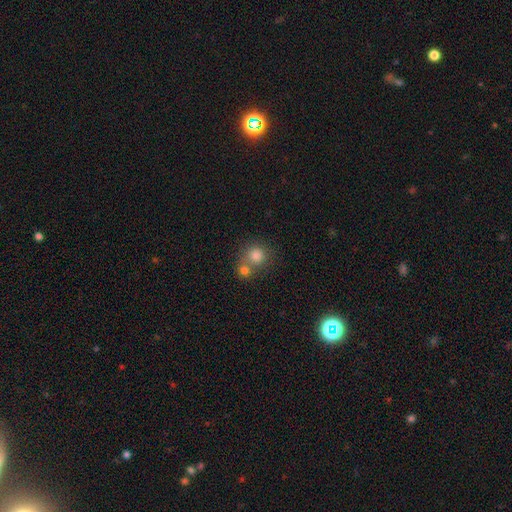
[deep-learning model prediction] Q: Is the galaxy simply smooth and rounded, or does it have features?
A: smooth — 79%.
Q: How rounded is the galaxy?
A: round — 87%.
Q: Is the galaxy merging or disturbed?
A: none — 45%.